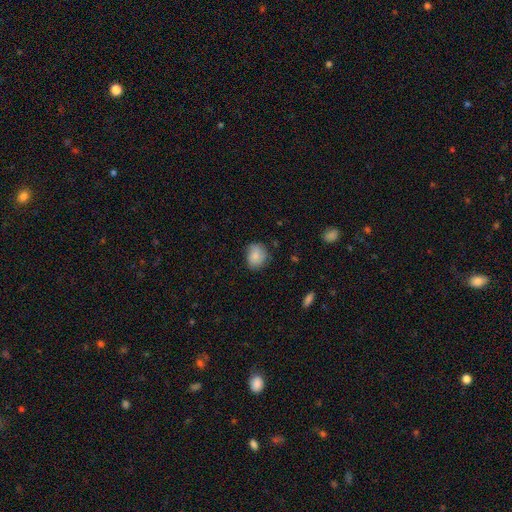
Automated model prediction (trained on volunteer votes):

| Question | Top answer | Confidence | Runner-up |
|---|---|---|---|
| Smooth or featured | smooth | 81% | featured or disk (11%) |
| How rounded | round | 62% | in between (37%) |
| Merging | none | 73% | minor disturbance (22%) |